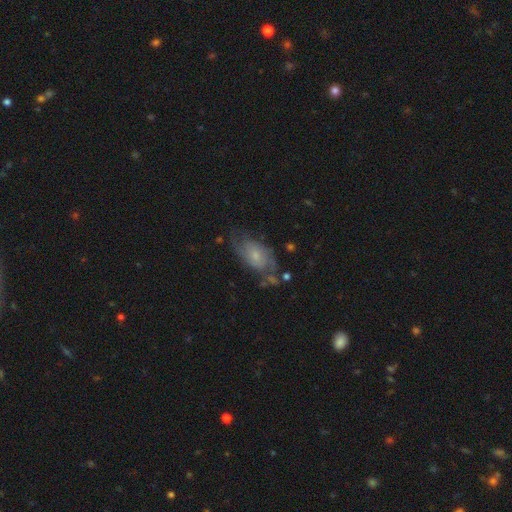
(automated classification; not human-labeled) Smooth or featured?
  - featured or disk: 66% *
  - smooth: 26%
  - star or artifact: 8%
Edge-on disk?
  - no: 95% *
  - yes: 5%
Bar?
  - no: 67% *
  - weak: 28%
  - strong: 4%
Spiral arms?
  - yes: 84% *
  - no: 16%
Spiral winding?
  - medium: 44% *
  - tight: 30%
  - loose: 26%
Spiral arm count?
  - 2: 64% *
  - can't tell: 23%
  - 3: 5%
  - 1: 4%
  - 4: 2%
  - more than 4: 2%
Bulge size?
  - small: 56% *
  - moderate: 32%
  - none: 7%
  - large: 4%
  - dominant: 1%
Merging?
  - none: 53% *
  - minor disturbance: 24%
  - major disturbance: 18%
  - merger: 5%